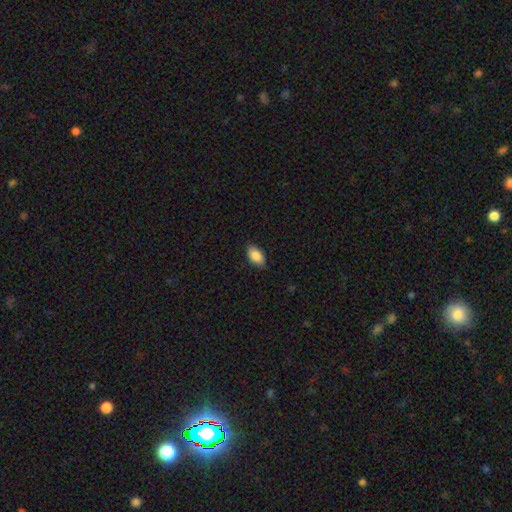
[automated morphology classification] This appears to be a smooth galaxy with no disk features (88%) that is in between round and cigar-shaped (93%). Merging: none (87%).